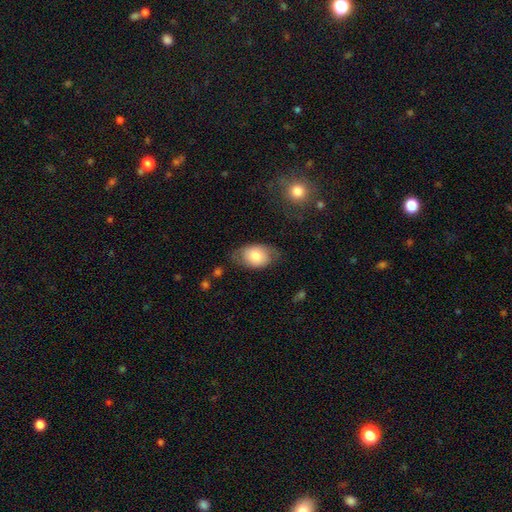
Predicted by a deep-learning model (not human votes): Overall: smooth (71%). How rounded: in between (82%). Merging: none (63%; minor disturbance 26%).